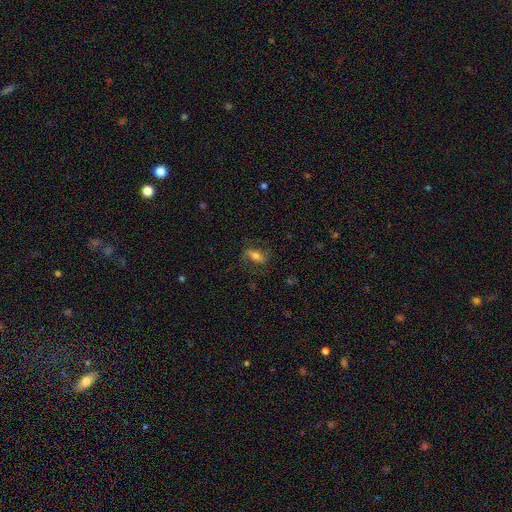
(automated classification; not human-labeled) Smooth or featured? smooth (54%)
How rounded? in between (73%)
Merging? none (70%)